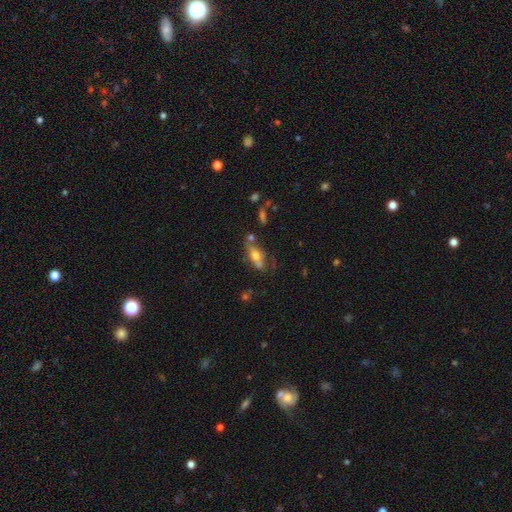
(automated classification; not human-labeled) Smooth or featured?
  - smooth: 58% *
  - featured or disk: 32%
  - star or artifact: 10%
How rounded?
  - in between: 76% *
  - cigar-shaped: 15%
  - round: 8%
Merging?
  - none: 44% *
  - merger: 22%
  - minor disturbance: 21%
  - major disturbance: 12%